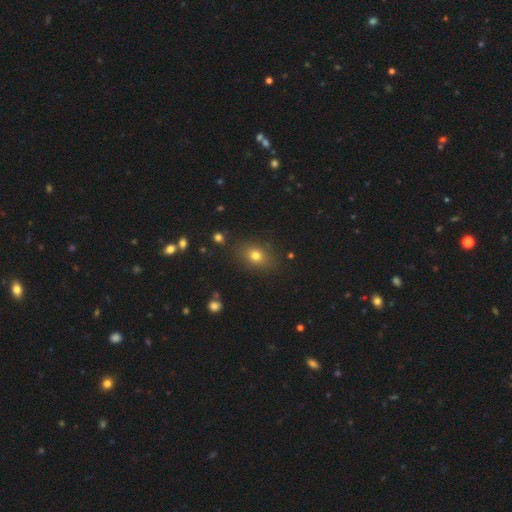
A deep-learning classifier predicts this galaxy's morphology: Q: Smooth or featured?
A: smooth (74%); runner-up: star or artifact (16%)
Q: How rounded?
A: in between (60%); runner-up: round (38%)
Q: Merging?
A: none (83%); runner-up: minor disturbance (11%)